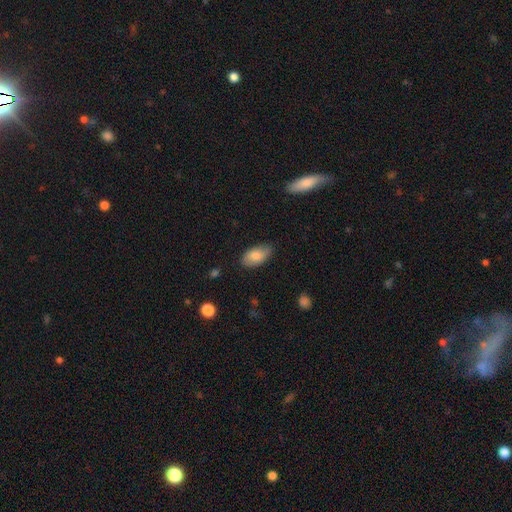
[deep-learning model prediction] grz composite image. It shows a smooth galaxy with no disk features (82%) that is in between round and cigar-shaped (94%). Merging: none (76%).